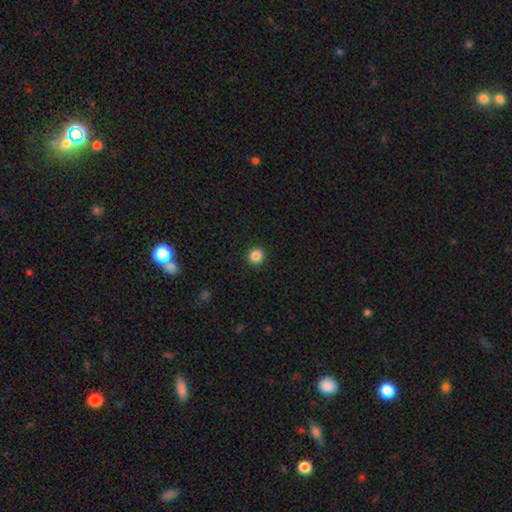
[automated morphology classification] Smooth or featured: smooth — 86% (star or artifact — 11%)
How rounded: round — 93% (in between — 6%)
Merging: none — 92% (minor disturbance — 5%)